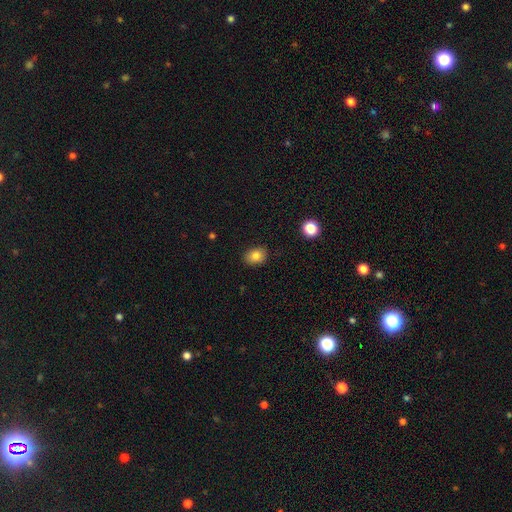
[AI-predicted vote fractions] A smooth galaxy with no disk features (84%) that is in between round and cigar-shaped (60%).

Vote fractions:
- Smooth or featured? smooth: 84% / star or artifact: 10% / featured or disk: 6%
- How rounded? in between: 60% / round: 39% / cigar-shaped: 1%
- Merging? none: 86% / minor disturbance: 10% / major disturbance: 2% / merger: 1%